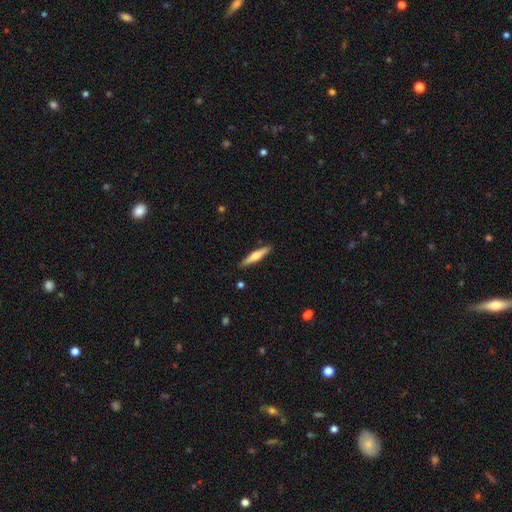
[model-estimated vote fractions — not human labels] The model was most divided on "smooth or featured": featured or disk: 49%, smooth: 45%, star or artifact: 5%. More confident: merging — none (90%).